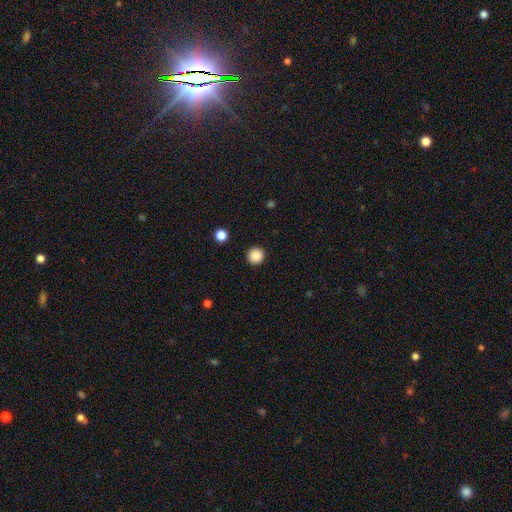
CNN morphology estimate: Smooth or featured? smooth (88%)
How rounded? round (96%)
Merging? none (93%)